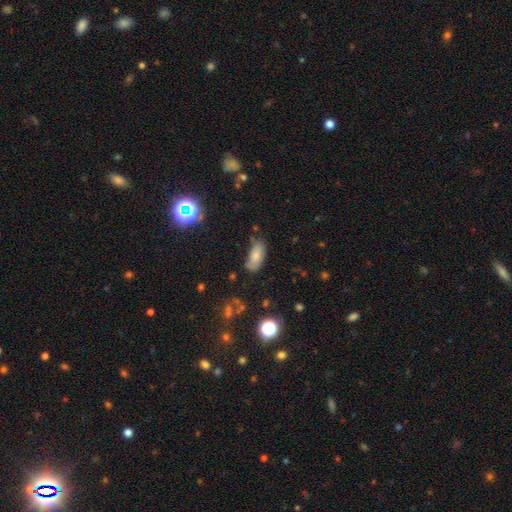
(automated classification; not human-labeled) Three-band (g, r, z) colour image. It shows a smooth galaxy with no disk features (79%) that is in between round and cigar-shaped (88%). Merging: none (58%).